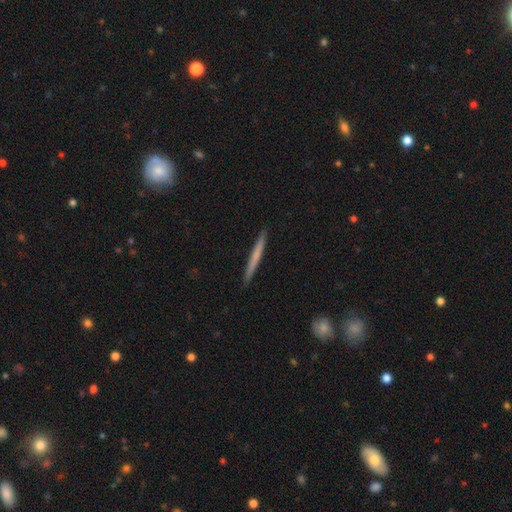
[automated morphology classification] Overall: smooth (58%; featured or disk 37%). How rounded: cigar-shaped (97%). Merging: none (92%).